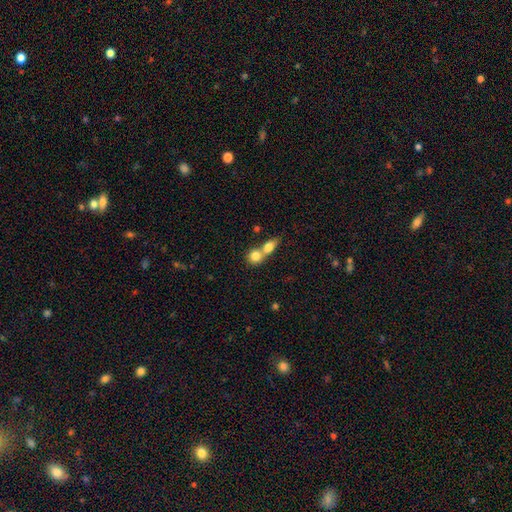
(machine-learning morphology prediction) smooth_or_featured: smooth (p=0.79) [alt: featured or disk p=0.13]
how_rounded: round (p=0.72) [alt: in between p=0.26]
merging: merger (p=0.66) [alt: none p=0.26]